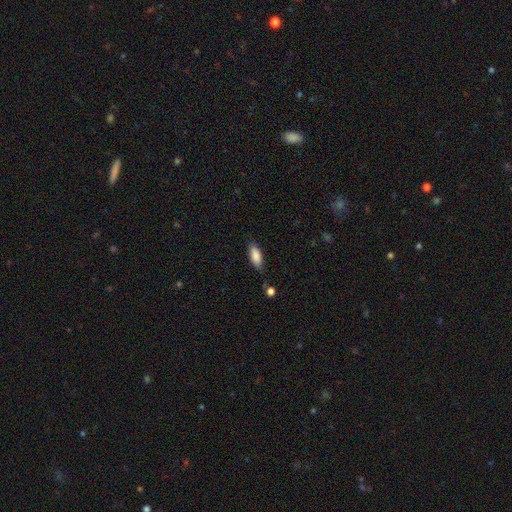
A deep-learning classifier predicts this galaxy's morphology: smooth_or_featured: smooth (p=0.86) [alt: featured or disk p=0.07]
how_rounded: in between (p=0.79) [alt: cigar-shaped p=0.18]
merging: none (p=0.75) [alt: minor disturbance p=0.18]